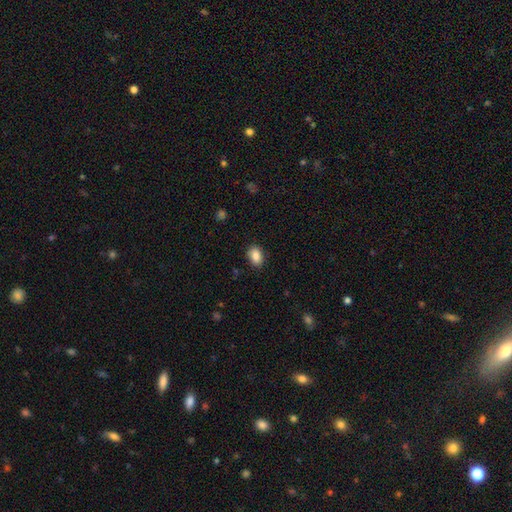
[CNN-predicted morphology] smooth 87%, star or artifact 8%, featured or disk 5%. Down the decision tree: how rounded — in between (82%); merging — none (86%).